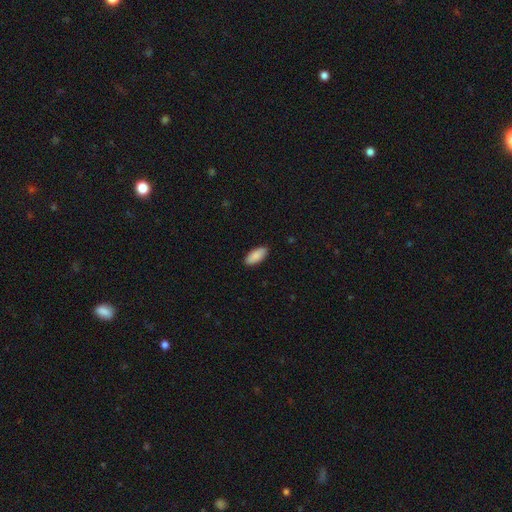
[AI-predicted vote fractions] Smooth or featured: smooth — 90% (star or artifact — 6%)
How rounded: in between — 88% (cigar-shaped — 11%)
Merging: none — 89% (minor disturbance — 8%)